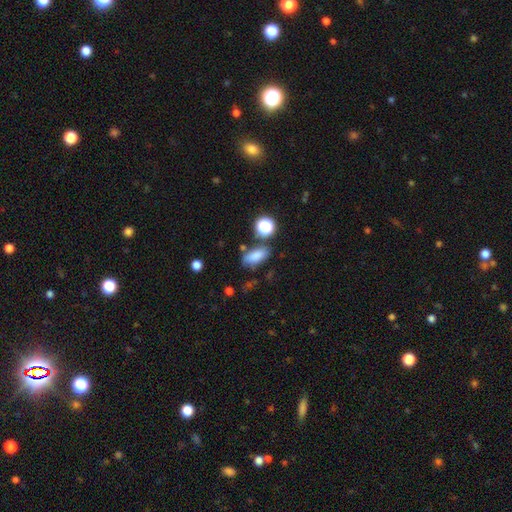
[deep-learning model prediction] This is likely a smooth galaxy (80%). How rounded: clearly in between (83%). Merging: likely none (69%).